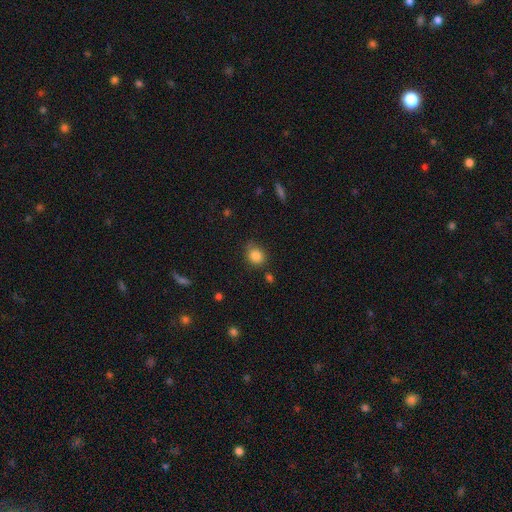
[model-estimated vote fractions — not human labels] Overall: smooth (85%). How rounded: round (69%; in between 30%). Merging: none (71%).